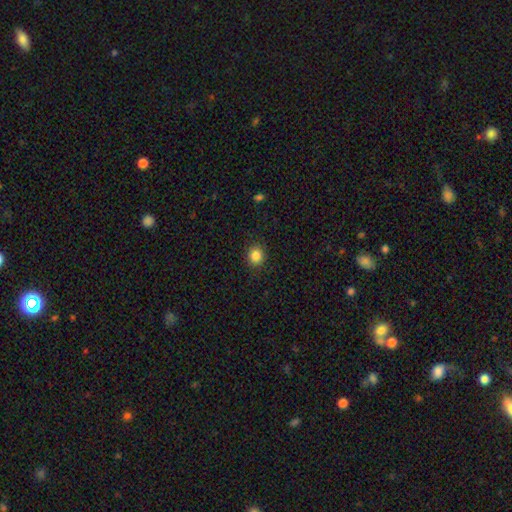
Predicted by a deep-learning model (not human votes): smooth 85%, star or artifact 11%, featured or disk 4%. Down the decision tree: how rounded — round (83%); merging — none (90%).